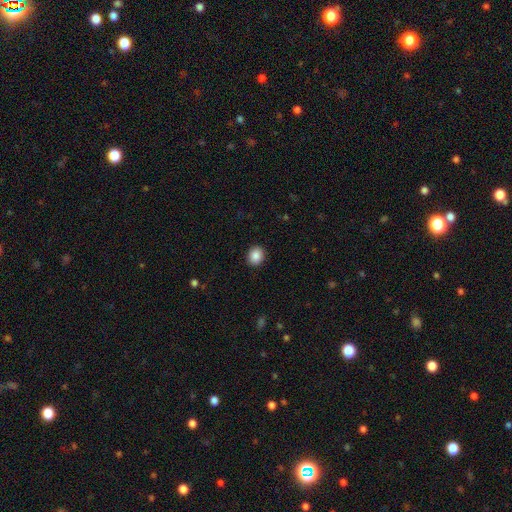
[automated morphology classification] Smooth or featured: smooth — 88% (star or artifact — 9%)
How rounded: round — 67% (in between — 32%)
Merging: none — 92% (minor disturbance — 6%)